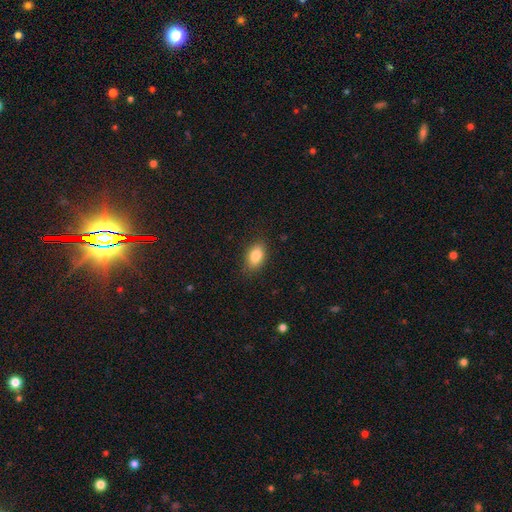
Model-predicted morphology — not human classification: smooth_or_featured: smooth (p=0.83) [alt: featured or disk p=0.09]
how_rounded: in between (p=0.88) [alt: round p=0.09]
merging: none (p=0.86) [alt: minor disturbance p=0.11]